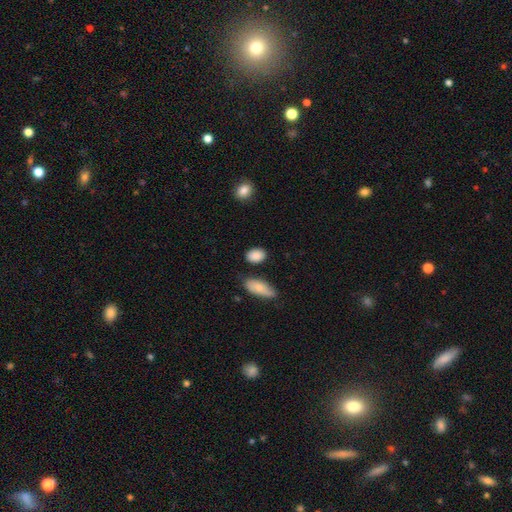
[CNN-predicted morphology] A smooth galaxy with no disk features (87%) that is in between round and cigar-shaped (81%).

Vote fractions:
- Smooth or featured? smooth: 87% / star or artifact: 8% / featured or disk: 5%
- How rounded? in between: 81% / round: 16% / cigar-shaped: 2%
- Merging? none: 80% / minor disturbance: 13% / merger: 4% / major disturbance: 3%